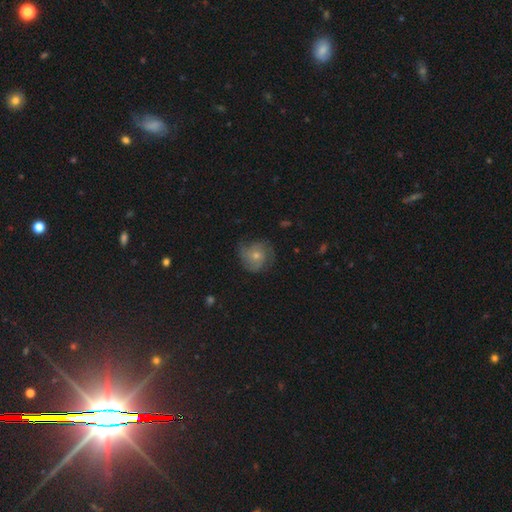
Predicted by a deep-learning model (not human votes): Smooth or featured: smooth — 47% (featured or disk — 45%)
Merging: none — 64% (minor disturbance — 25%)